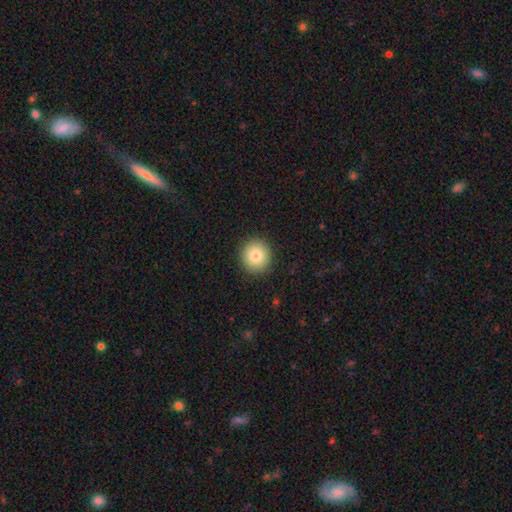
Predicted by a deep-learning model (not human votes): Overall: smooth (82%). How rounded: round (93%). Merging: none (91%).